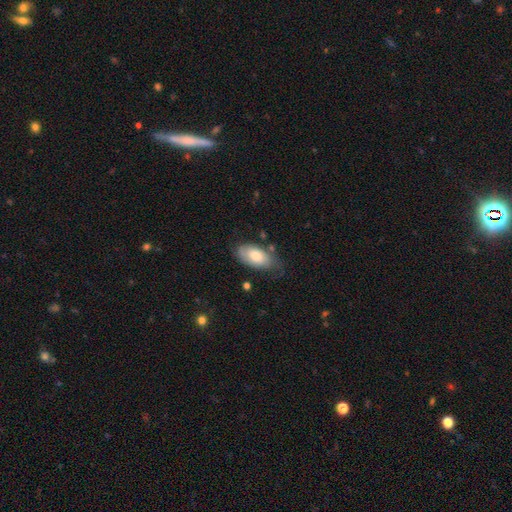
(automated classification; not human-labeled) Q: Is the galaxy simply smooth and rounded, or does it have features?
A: smooth — 65%.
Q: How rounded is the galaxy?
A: in between — 93%.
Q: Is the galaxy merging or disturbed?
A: none — 60%.